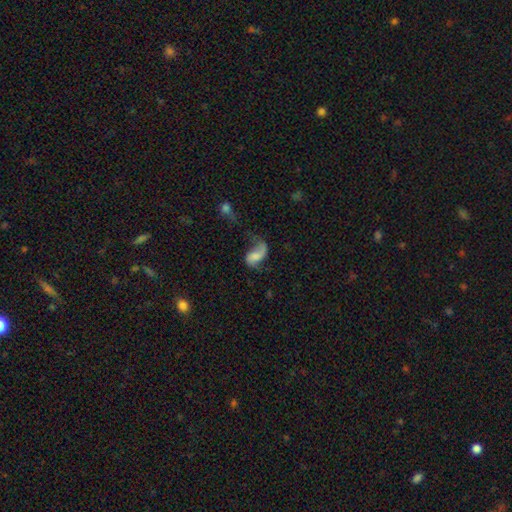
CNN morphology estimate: This appears to be a featured or disk galaxy (58%) with no bar (53%), spiral arms (86%) and no central bulge (47%). Merging: none (36%).